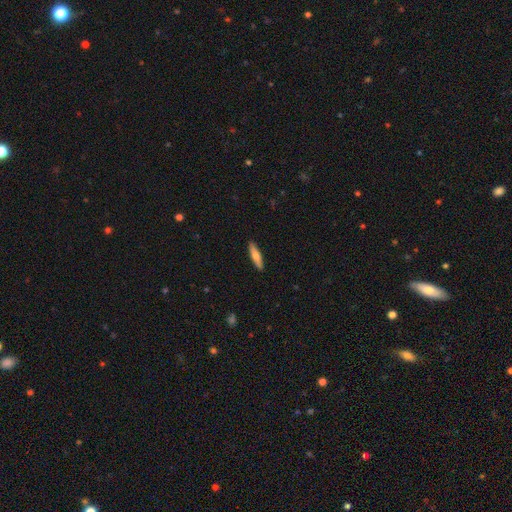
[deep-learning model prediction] Smooth or featured?
  - smooth: 59% *
  - featured or disk: 35%
  - star or artifact: 6%
How rounded?
  - cigar-shaped: 80% *
  - in between: 18%
  - round: 2%
Merging?
  - none: 91% *
  - minor disturbance: 7%
  - major disturbance: 1%
  - merger: 1%